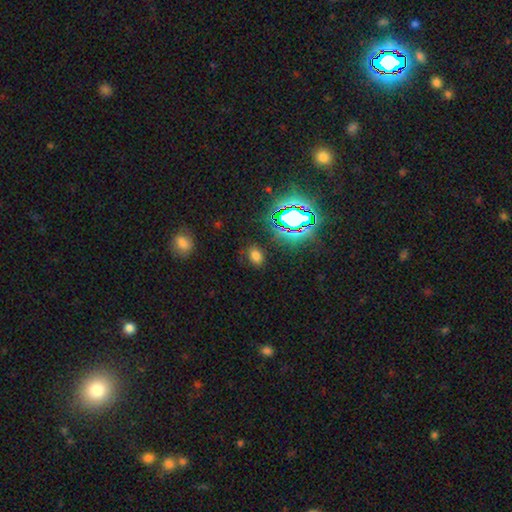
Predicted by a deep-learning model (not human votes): smooth_or_featured: smooth (p=0.65) [alt: star or artifact p=0.28]
how_rounded: in between (p=0.74) [alt: round p=0.24]
merging: none (p=0.82) [alt: minor disturbance p=0.12]